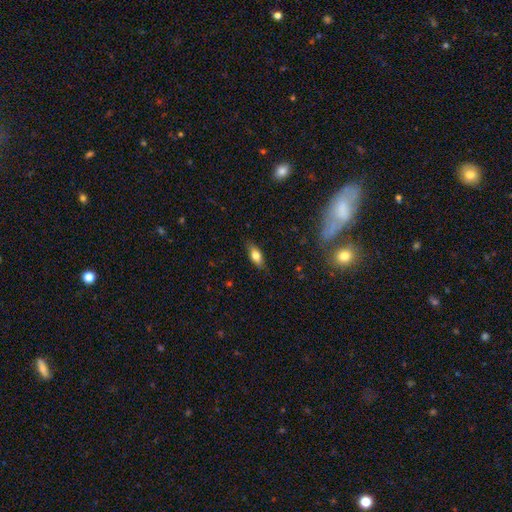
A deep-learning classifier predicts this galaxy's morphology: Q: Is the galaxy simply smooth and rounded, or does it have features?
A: smooth — 75%.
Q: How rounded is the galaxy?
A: in between — 81%.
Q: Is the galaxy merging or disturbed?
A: none — 83%.